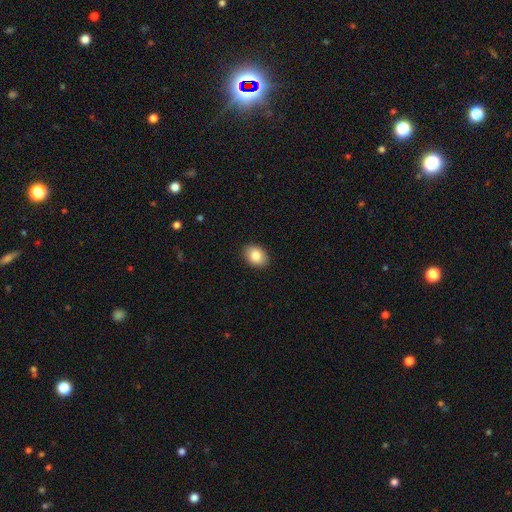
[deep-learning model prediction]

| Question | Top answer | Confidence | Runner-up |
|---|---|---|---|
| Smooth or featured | smooth | 84% | featured or disk (8%) |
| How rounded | in between | 74% | round (25%) |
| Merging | none | 91% | minor disturbance (7%) |